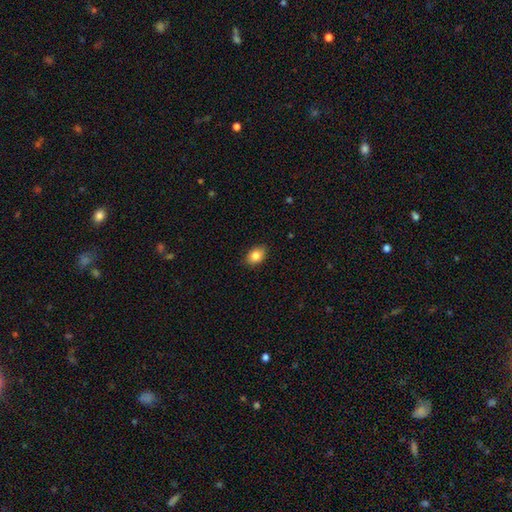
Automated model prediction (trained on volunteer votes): Smooth or featured?
  - smooth: 84% *
  - star or artifact: 8%
  - featured or disk: 8%
How rounded?
  - in between: 78% *
  - round: 21%
  - cigar-shaped: 1%
Merging?
  - none: 86% *
  - minor disturbance: 11%
  - major disturbance: 2%
  - merger: 1%